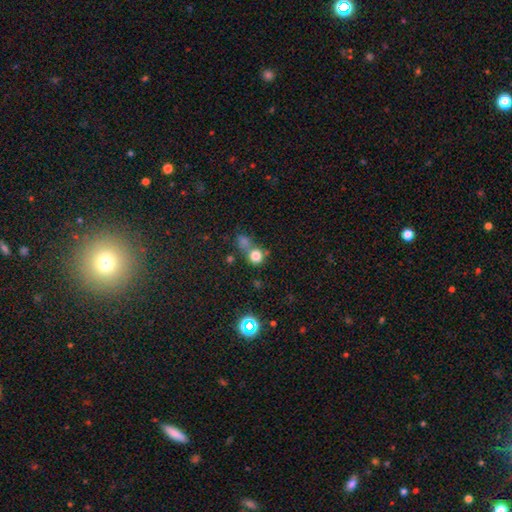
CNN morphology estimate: smooth 76%, star or artifact 16%, featured or disk 7%. Down the decision tree: how rounded — round (88%); merging — none (53%).